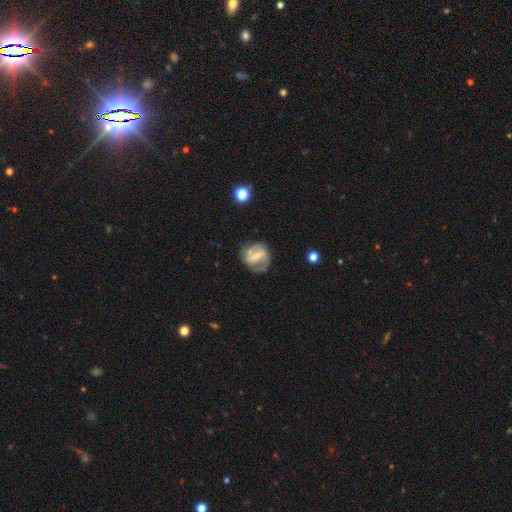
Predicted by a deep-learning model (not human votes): Smooth or featured? featured or disk (74%)
Edge-on disk? no (97%)
Bar? strong (48%)
Spiral arms? yes (84%)
Spiral winding? medium (45%)
Spiral arm count? 2 (78%)
Bulge size? small (48%)
Merging? none (67%)